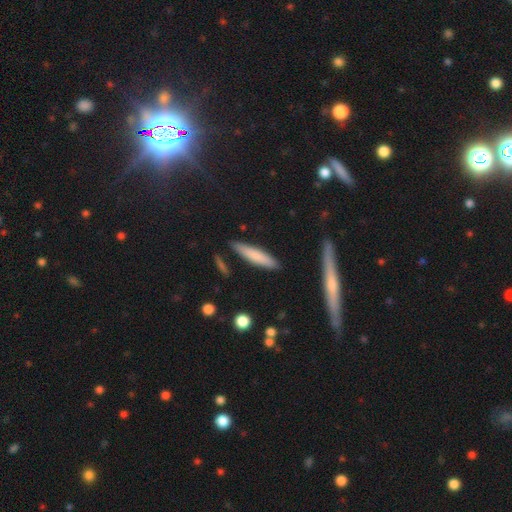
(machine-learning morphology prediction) Smooth or featured?
  - smooth: 75% *
  - featured or disk: 20%
  - star or artifact: 6%
How rounded?
  - cigar-shaped: 86% *
  - in between: 12%
  - round: 1%
Merging?
  - none: 87% *
  - minor disturbance: 9%
  - merger: 3%
  - major disturbance: 2%